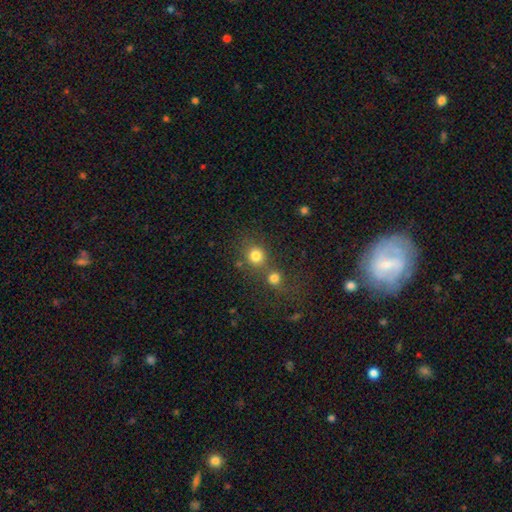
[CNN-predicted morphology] Smooth or featured: smooth — 79% (star or artifact — 15%)
How rounded: round — 87% (in between — 12%)
Merging: none — 57% (merger — 31%)